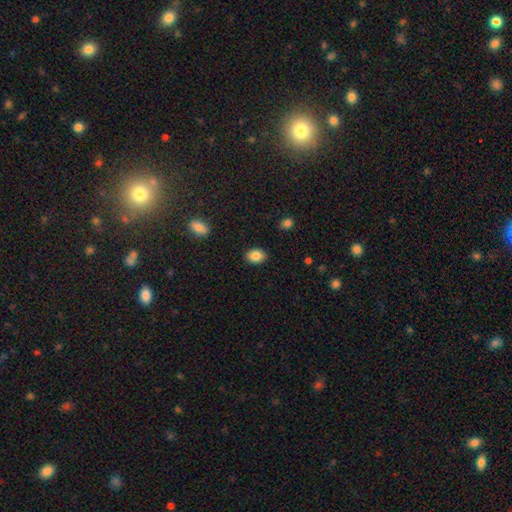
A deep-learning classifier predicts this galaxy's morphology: smooth 86%, star or artifact 8%, featured or disk 6%. Down the decision tree: how rounded — in between (78%); merging — none (88%).